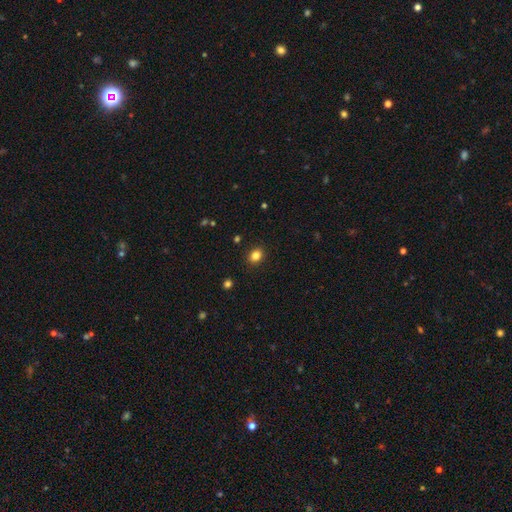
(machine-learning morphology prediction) This is clearly a smooth galaxy (84%). How rounded: possibly round (57%). Merging: clearly none (90%).